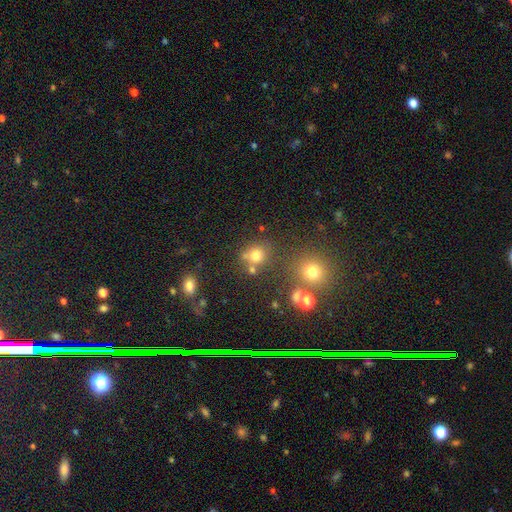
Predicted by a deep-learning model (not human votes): Smooth or featured: smooth — 72% (star or artifact — 19%)
How rounded: round — 78% (in between — 20%)
Merging: none — 62% (merger — 20%)